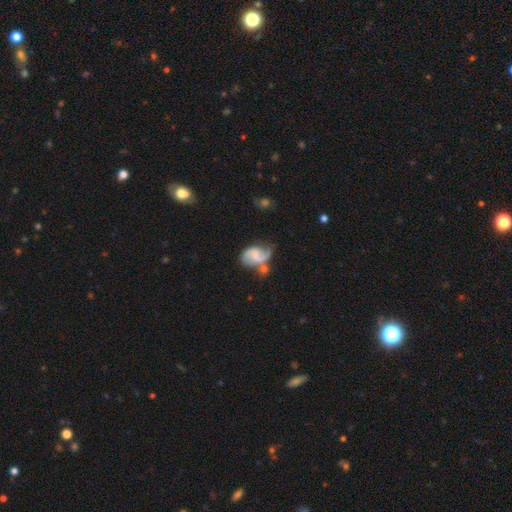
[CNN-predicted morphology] smooth_or_featured: featured or disk (p=0.74) [alt: smooth p=0.19]
disk_edge_on: no (p=0.98) [alt: yes p=0.02]
bar: no (p=0.44) [tied with: weak p=0.44]
has_spiral_arms: yes (p=0.92) [alt: no p=0.08]
spiral_winding: loose (p=0.46) [alt: medium p=0.41]
spiral_arm_count: 2 (p=0.84) [alt: 1 p=0.08]
bulge_size: none (p=0.39) [alt: small p=0.37]
merging: none (p=0.39) [alt: merger p=0.25]